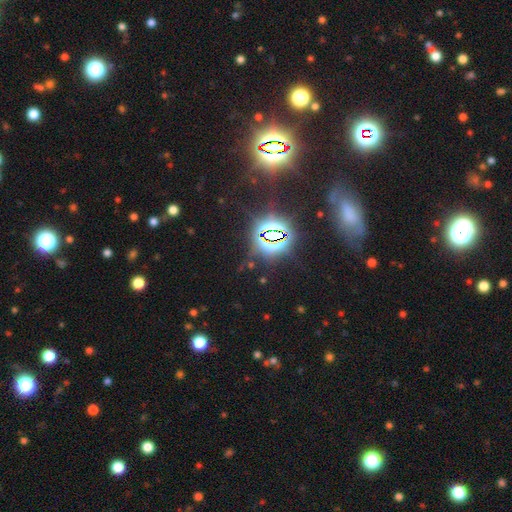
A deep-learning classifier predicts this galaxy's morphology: The model was most divided on "smooth or featured": star or artifact: 78%, smooth: 13%, featured or disk: 9%.